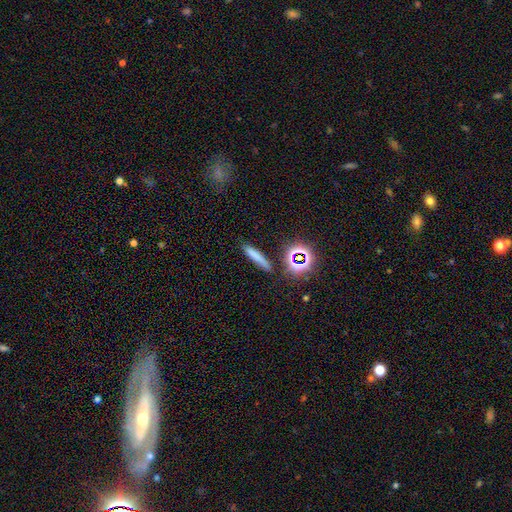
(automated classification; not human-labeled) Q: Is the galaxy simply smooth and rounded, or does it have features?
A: smooth — 71%.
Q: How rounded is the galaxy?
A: cigar-shaped — 87%.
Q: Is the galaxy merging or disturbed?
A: none — 85%.